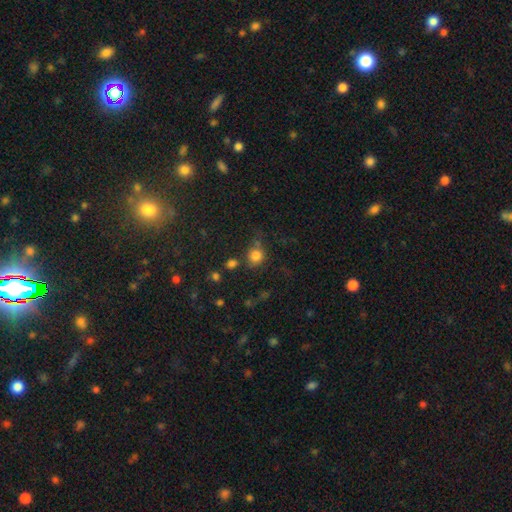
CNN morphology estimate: A smooth galaxy with no disk features (80%) that is round (80%). Merging: none (62%).